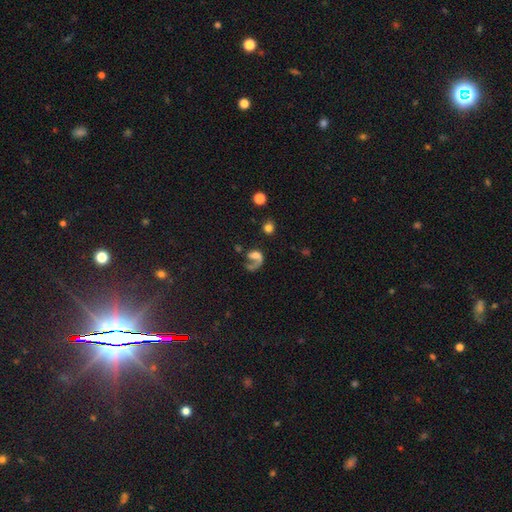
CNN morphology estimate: featured or disk 54%, smooth 32%, star or artifact 14%. Down the decision tree: edge-on disk — no (97%); bar — no (72%); spiral arms — yes (73%); bulge size — none (40%); merging — major disturbance (42%).